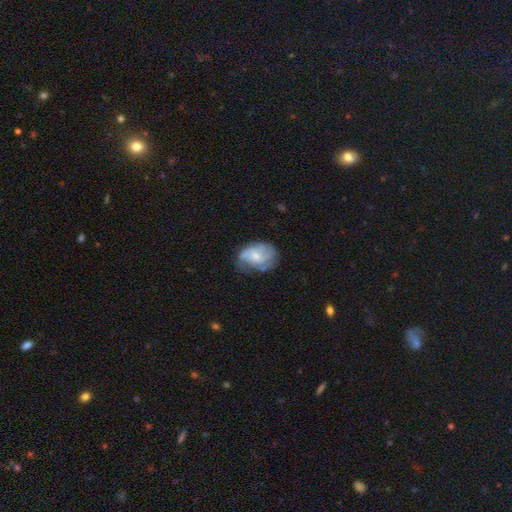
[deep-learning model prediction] Smooth or featured?
  - featured or disk: 62% *
  - smooth: 31%
  - star or artifact: 7%
Edge-on disk?
  - no: 97% *
  - yes: 3%
Bar?
  - no: 67% *
  - weak: 29%
  - strong: 4%
Spiral arms?
  - yes: 83% *
  - no: 17%
Spiral winding?
  - medium: 44% *
  - tight: 32%
  - loose: 24%
Spiral arm count?
  - can't tell: 32% *
  - 3: 27%
  - 2: 22%
  - 4: 9%
  - 1: 5%
  - more than 4: 4%
Bulge size?
  - small: 48% *
  - moderate: 42%
  - none: 6%
  - large: 3%
  - dominant: 1%
Merging?
  - none: 57% *
  - minor disturbance: 28%
  - major disturbance: 14%
  - merger: 2%